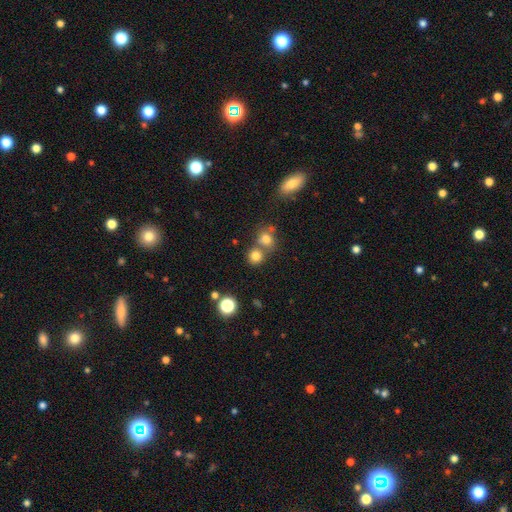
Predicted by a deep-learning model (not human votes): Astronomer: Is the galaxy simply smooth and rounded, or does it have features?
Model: smooth — 77%.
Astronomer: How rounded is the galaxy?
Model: round — 85%.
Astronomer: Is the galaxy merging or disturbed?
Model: none — 56% (runner-up: merger, 34%).